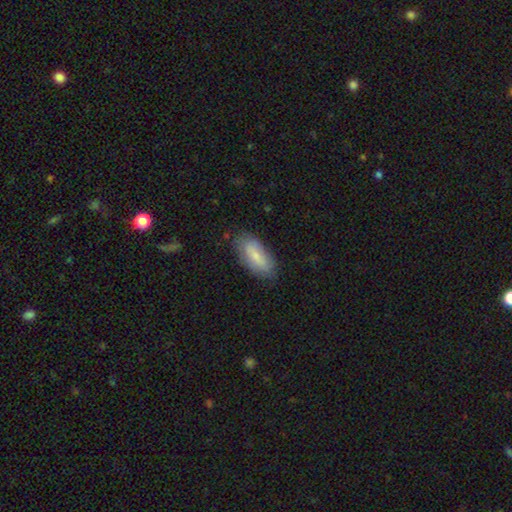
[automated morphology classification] Smooth or featured?
  - smooth: 72% *
  - featured or disk: 22%
  - star or artifact: 6%
How rounded?
  - in between: 84% *
  - cigar-shaped: 14%
  - round: 2%
Merging?
  - none: 78% *
  - minor disturbance: 17%
  - major disturbance: 4%
  - merger: 1%